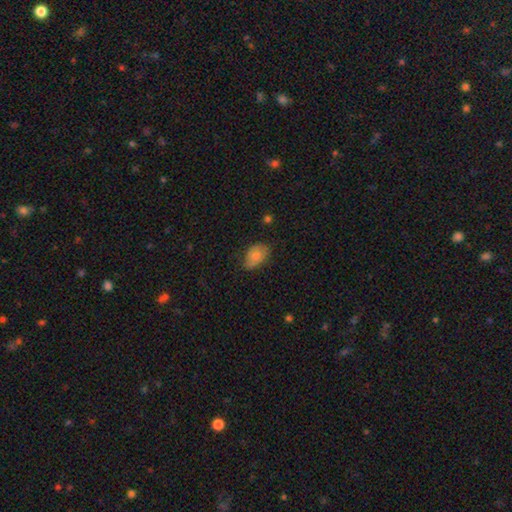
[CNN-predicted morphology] This is likely a smooth galaxy (72%). How rounded: clearly in between (83%). Merging: possibly none (54%).